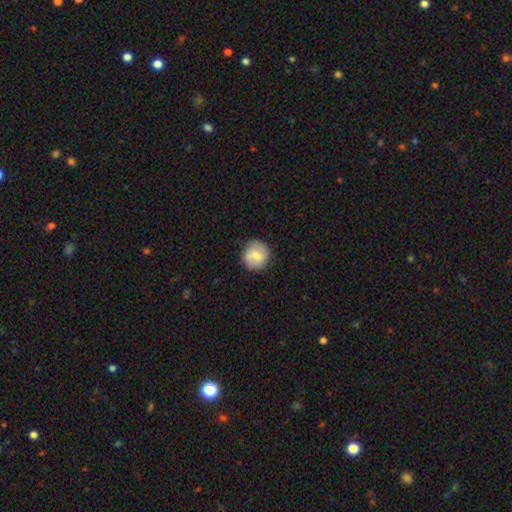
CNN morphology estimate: Q: Smooth or featured?
A: smooth (70%); runner-up: featured or disk (22%)
Q: How rounded?
A: round (92%); runner-up: in between (7%)
Q: Merging?
A: none (85%); runner-up: minor disturbance (10%)